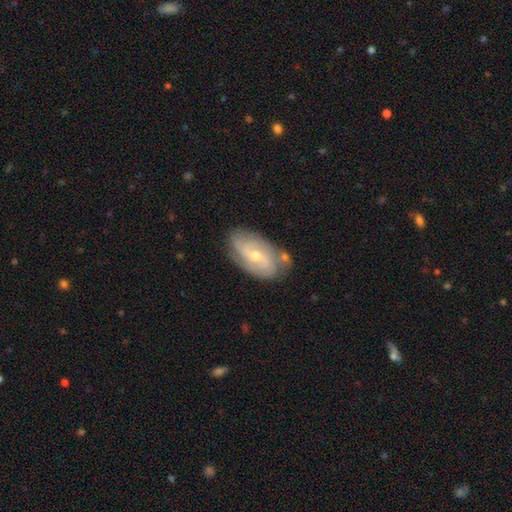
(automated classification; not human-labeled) Smooth or featured? featured or disk (79%)
Edge-on disk? no (95%)
Bar? no (48%)
Spiral arms? yes (93%)
Spiral winding? medium (42%, tied with tight)
Spiral arm count? 2 (44%)
Bulge size? moderate (55%)
Merging? none (70%)